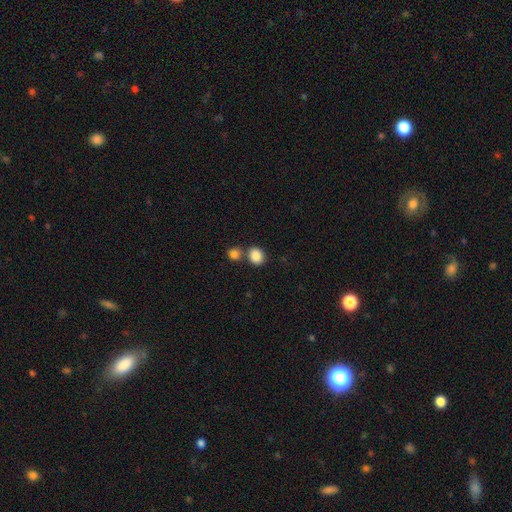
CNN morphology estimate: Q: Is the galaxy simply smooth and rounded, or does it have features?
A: smooth — 86%.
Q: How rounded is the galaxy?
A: round — 68%.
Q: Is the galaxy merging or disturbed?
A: none — 61%.